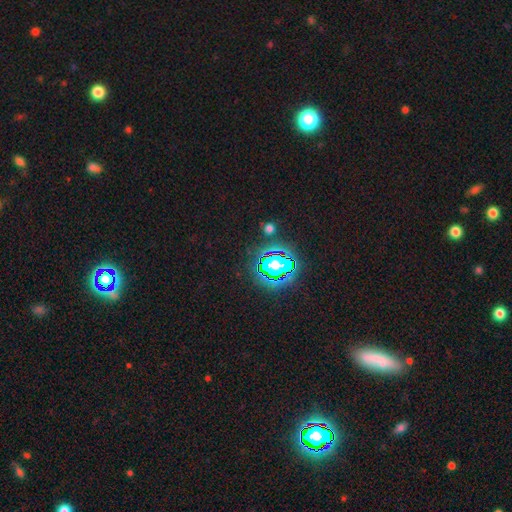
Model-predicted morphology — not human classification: Smooth or featured? star or artifact (78%)